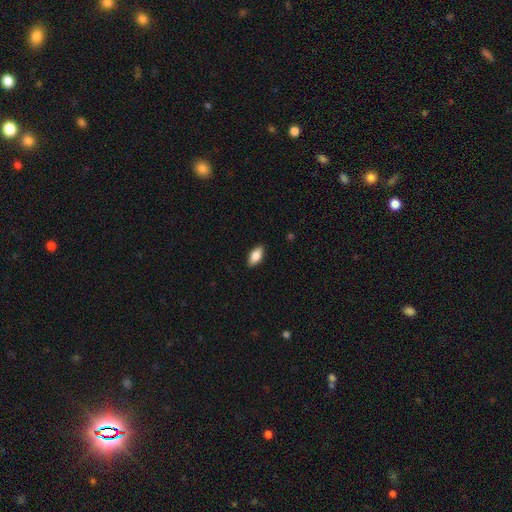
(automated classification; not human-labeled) Overall: smooth (83%). How rounded: in between (90%). Merging: none (88%).